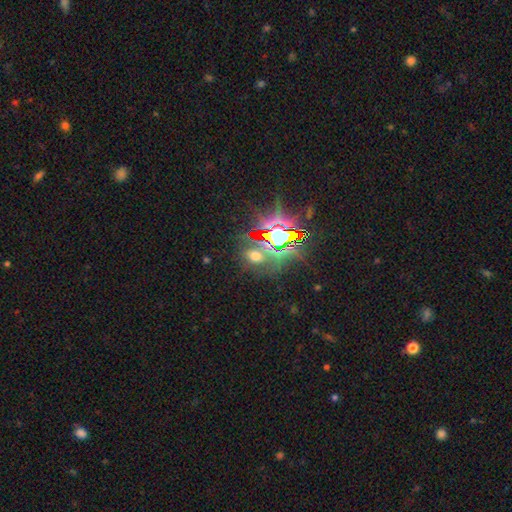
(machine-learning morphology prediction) star or artifact 56%, smooth 36%, featured or disk 9%.